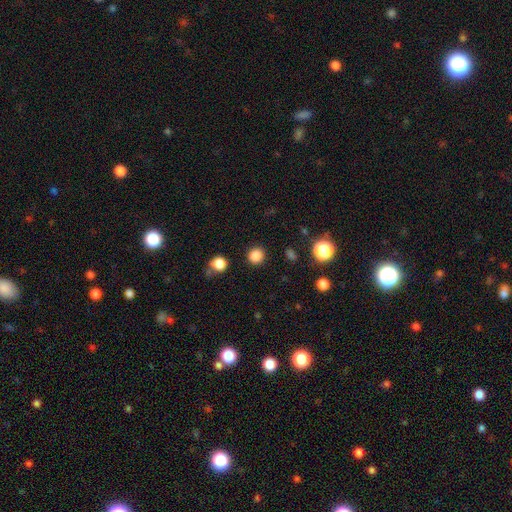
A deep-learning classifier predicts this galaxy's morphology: Overall: smooth (85%). How rounded: round (91%). Merging: none (90%).